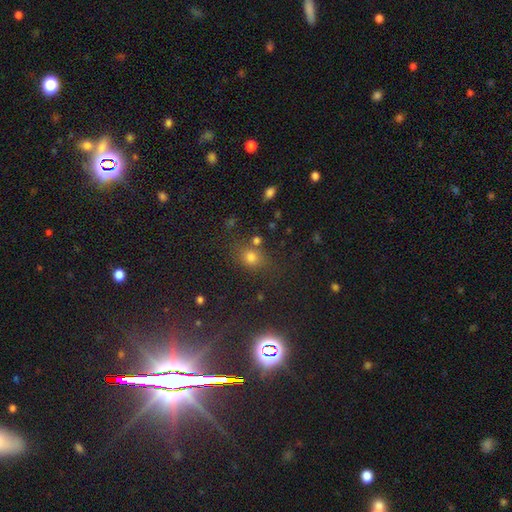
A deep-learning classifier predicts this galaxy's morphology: Smooth or featured? Predicted: star or artifact (p=0.54).